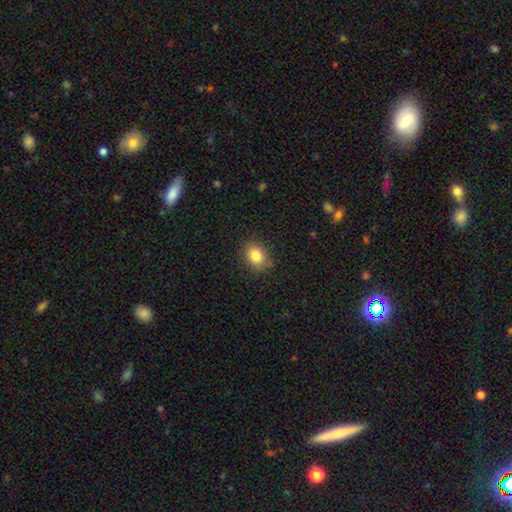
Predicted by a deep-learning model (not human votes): Smooth or featured: smooth — 83% (star or artifact — 10%)
How rounded: in between — 52% (round — 47%)
Merging: none — 84% (minor disturbance — 12%)